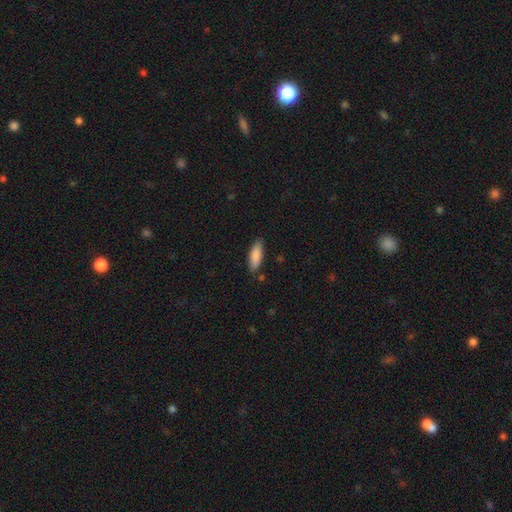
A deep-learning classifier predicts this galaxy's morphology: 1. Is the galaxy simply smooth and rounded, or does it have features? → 87% smooth, 7% featured or disk, 6% star or artifact.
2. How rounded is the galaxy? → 56% in between, 43% cigar-shaped, 2% round.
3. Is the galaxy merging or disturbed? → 83% none, 12% minor disturbance, 2% major disturbance, 2% merger.